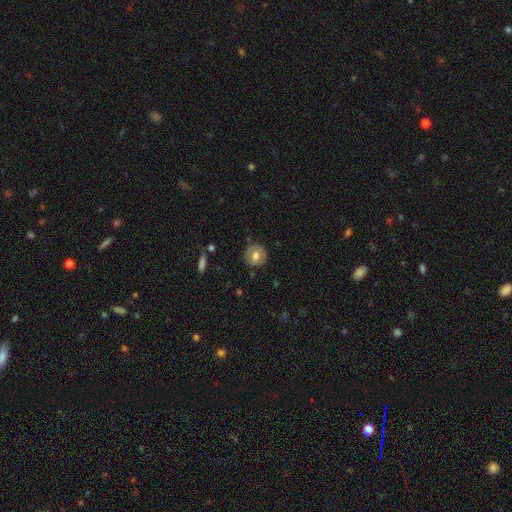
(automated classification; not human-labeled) Overall: smooth (62%; featured or disk 31%). How rounded: round (84%). Merging: none (83%).